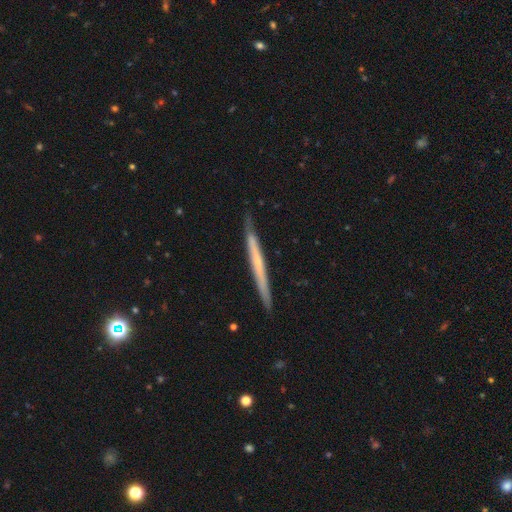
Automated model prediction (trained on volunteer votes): This appears to be a featured or disk galaxy (59%) viewed edge-on (97%) with no central bulge (78%). Merging: none (88%).